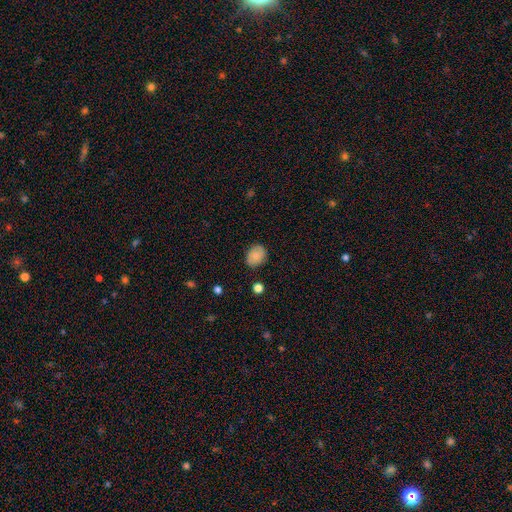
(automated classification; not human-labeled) Smooth or featured?
  - smooth: 80% *
  - featured or disk: 12%
  - star or artifact: 8%
How rounded?
  - in between: 60% *
  - round: 39%
  - cigar-shaped: 1%
Merging?
  - none: 79% *
  - minor disturbance: 16%
  - major disturbance: 3%
  - merger: 1%